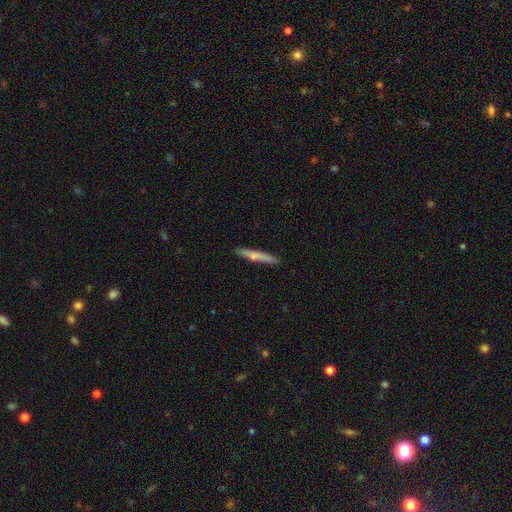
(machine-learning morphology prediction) Q: Smooth or featured?
A: smooth (60%); runner-up: featured or disk (34%)
Q: How rounded?
A: cigar-shaped (95%); runner-up: in between (4%)
Q: Merging?
A: none (89%); runner-up: minor disturbance (9%)